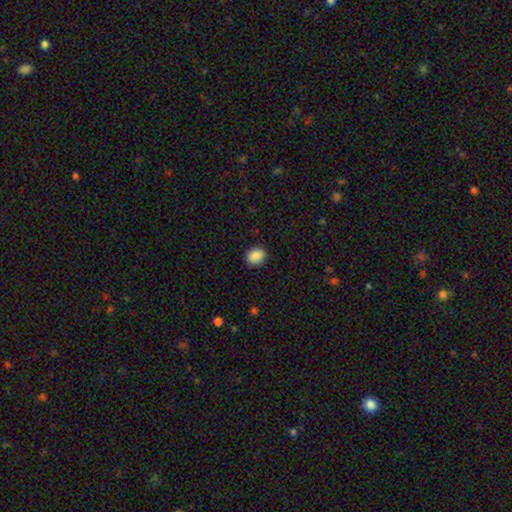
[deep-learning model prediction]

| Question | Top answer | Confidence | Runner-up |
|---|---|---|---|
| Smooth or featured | smooth | 88% | star or artifact (8%) |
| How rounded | round | 50% | in between (49%) |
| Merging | none | 88% | minor disturbance (9%) |